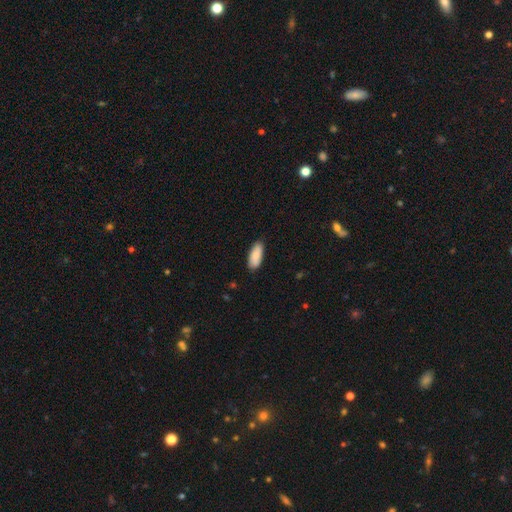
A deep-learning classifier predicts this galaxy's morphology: This appears to be a smooth galaxy with no disk features (88%) that is in between round and cigar-shaped (80%). Merging: none (85%).